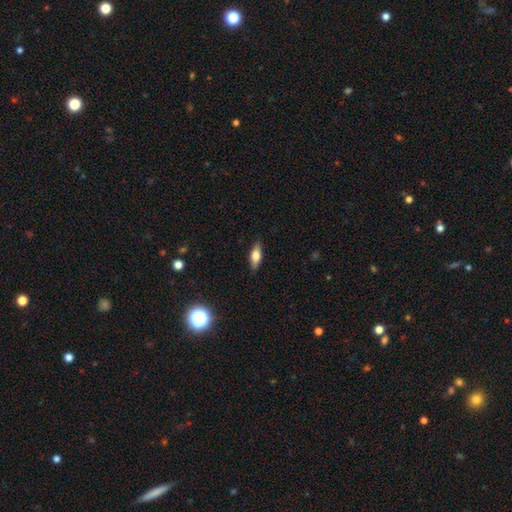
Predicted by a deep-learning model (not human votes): Smooth or featured: smooth — 58% (featured or disk — 35%)
How rounded: in between — 63% (cigar-shaped — 34%)
Merging: none — 87% (minor disturbance — 10%)